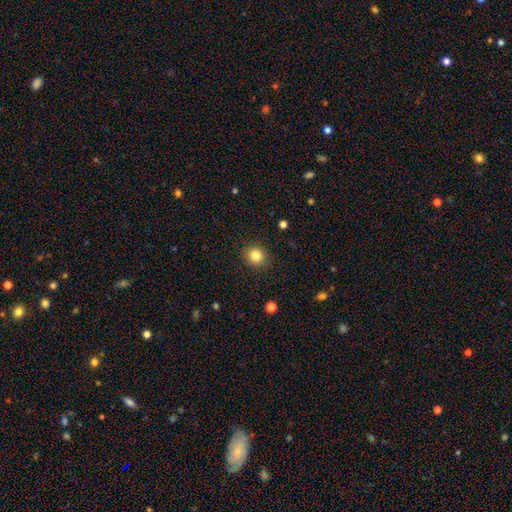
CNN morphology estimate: Smooth or featured? smooth (83%)
How rounded? round (83%)
Merging? none (90%)